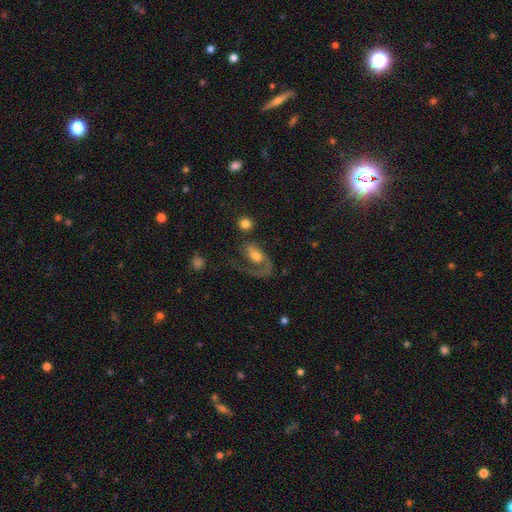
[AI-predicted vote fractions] Smooth or featured? Predicted: featured or disk (p=0.71). Edge-on disk? Predicted: no (p=0.96). Bar? Predicted: no (p=0.59). Spiral arms? Predicted: yes (p=0.89). Spiral winding? Predicted: medium (p=0.39, tied with loose). Spiral arm count? Predicted: 1 (p=0.77). Bulge size? Predicted: moderate (p=0.56). Merging? Predicted: major disturbance (p=0.44).